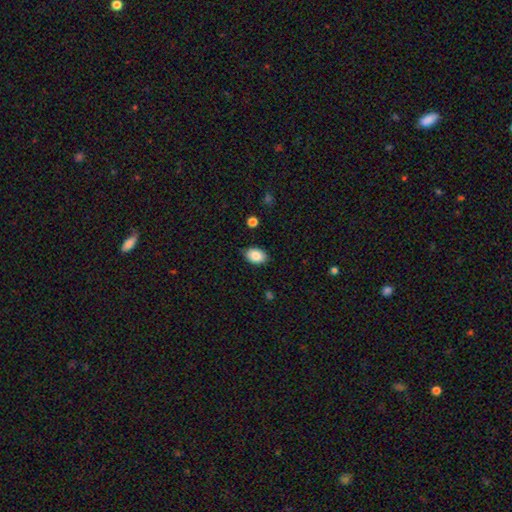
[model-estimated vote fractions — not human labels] Q: Smooth or featured?
A: smooth (87%); runner-up: star or artifact (7%)
Q: How rounded?
A: in between (84%); runner-up: round (15%)
Q: Merging?
A: none (83%); runner-up: minor disturbance (13%)